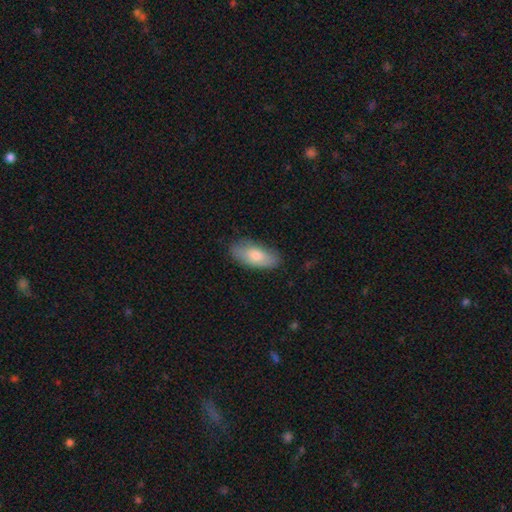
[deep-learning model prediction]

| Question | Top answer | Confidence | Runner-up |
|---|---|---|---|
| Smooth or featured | smooth | 77% | featured or disk (17%) |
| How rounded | in between | 85% | cigar-shaped (13%) |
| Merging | none | 79% | minor disturbance (16%) |